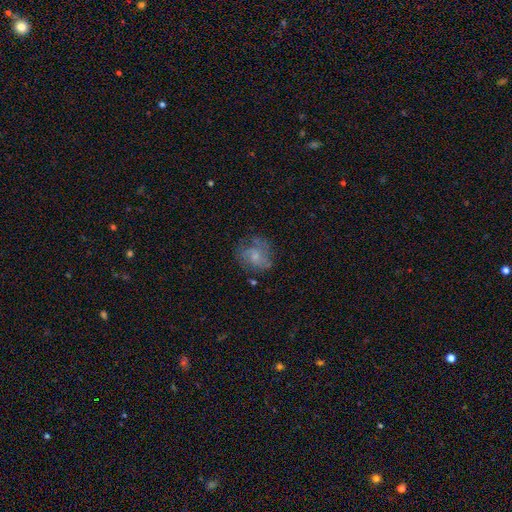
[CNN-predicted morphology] Overall: featured or disk (49%; smooth 42%). Merging: none (57%; minor disturbance 24%).